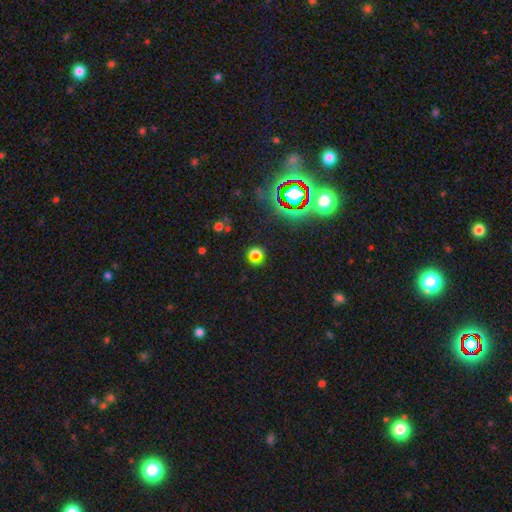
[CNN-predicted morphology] Smooth or featured? smooth (57%)
How rounded? round (80%)
Merging? none (68%)